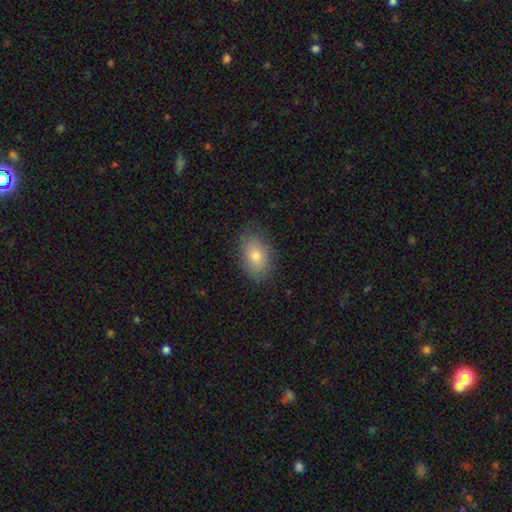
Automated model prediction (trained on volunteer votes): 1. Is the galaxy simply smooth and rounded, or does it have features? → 79% smooth, 13% featured or disk, 8% star or artifact.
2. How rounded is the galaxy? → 85% in between, 14% round, 1% cigar-shaped.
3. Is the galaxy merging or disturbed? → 81% none, 15% minor disturbance, 3% major disturbance, 1% merger.